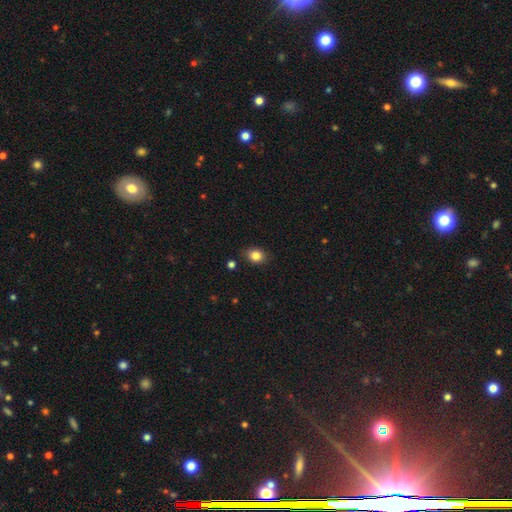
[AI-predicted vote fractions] Smooth or featured?
  - smooth: 84% *
  - star or artifact: 10%
  - featured or disk: 6%
How rounded?
  - round: 52% *
  - in between: 47%
  - cigar-shaped: 1%
Merging?
  - none: 82% *
  - minor disturbance: 13%
  - major disturbance: 3%
  - merger: 2%